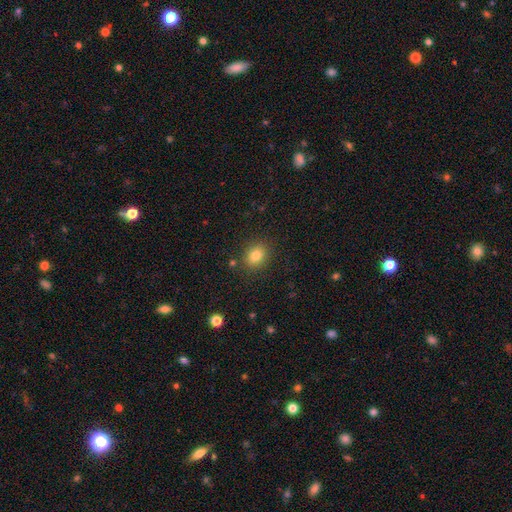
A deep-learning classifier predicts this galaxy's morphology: The model was most divided on "how rounded": round: 50%, in between: 49%, cigar-shaped: 1%. More confident: merging — none (85%); smooth or featured — smooth (82%).